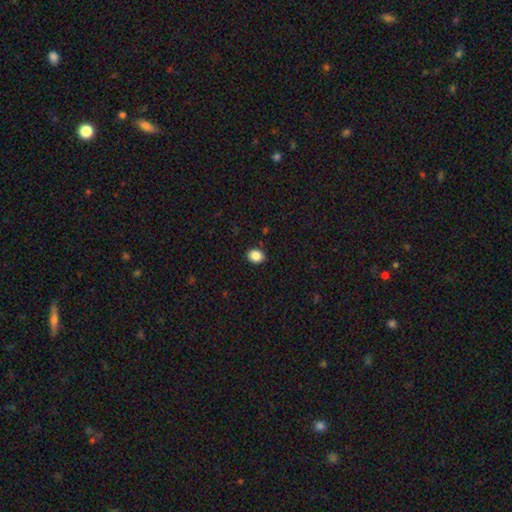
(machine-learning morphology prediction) Smooth or featured: smooth — 87% (star or artifact — 9%)
How rounded: round — 54% (in between — 46%)
Merging: none — 90% (minor disturbance — 7%)